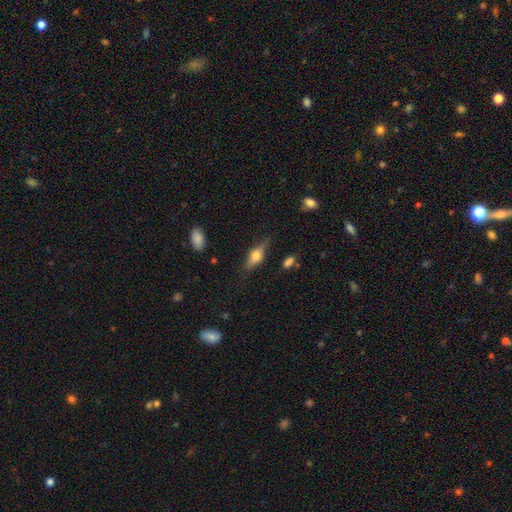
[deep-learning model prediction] This is possibly a featured or disk galaxy (47%). Merging: likely none (77%).